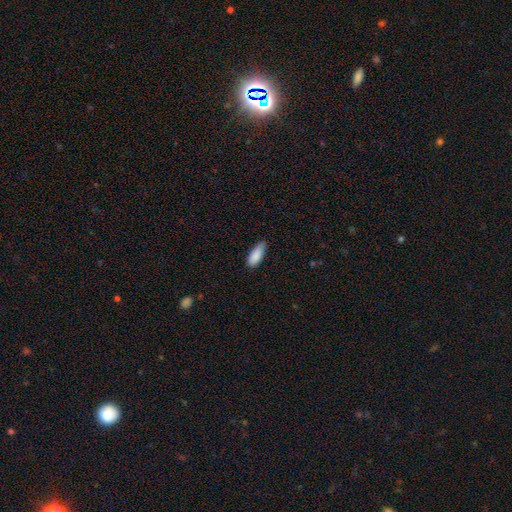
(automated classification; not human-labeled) Morphology: type=smooth (88%); roundness=in between (70%); merging=none (71%).